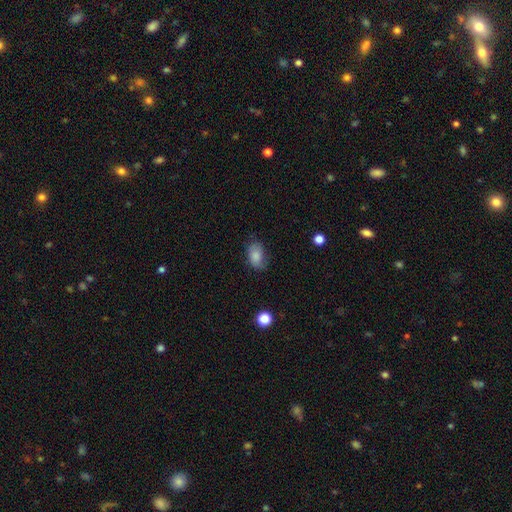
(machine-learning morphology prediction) type=smooth (83%); roundness=in between (85%); merging=none (69%).